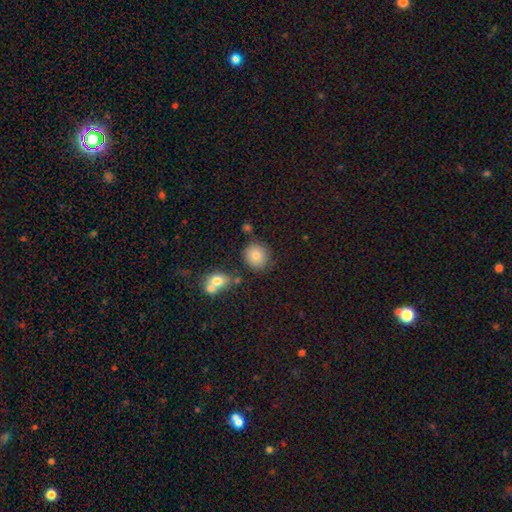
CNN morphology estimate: A smooth galaxy with no disk features (82%) that is round (83%).

Vote fractions:
- Smooth or featured? smooth: 82% / star or artifact: 10% / featured or disk: 8%
- How rounded? round: 83% / in between: 16% / cigar-shaped: 1%
- Merging? none: 77% / minor disturbance: 12% / merger: 7% / major disturbance: 4%